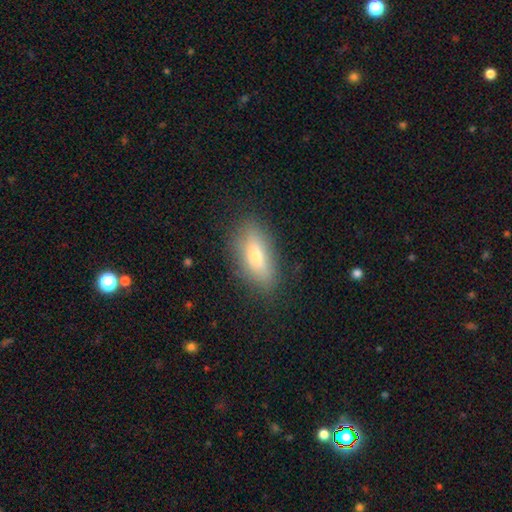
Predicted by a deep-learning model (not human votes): This is likely a smooth galaxy (66%). How rounded: likely in between (75%). Merging: clearly none (81%).